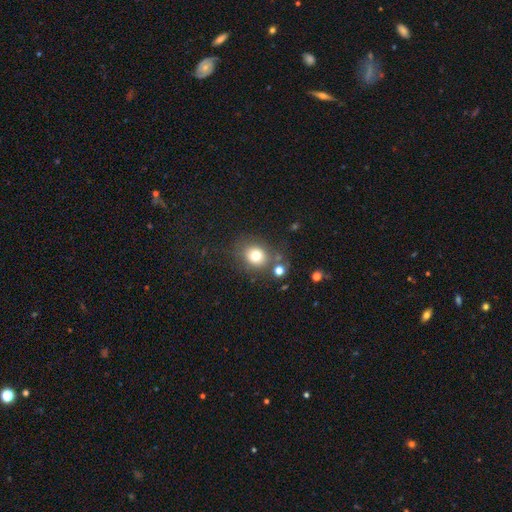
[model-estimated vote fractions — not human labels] The model was most divided on "how rounded": round: 69%, in between: 30%, cigar-shaped: 1%. More confident: smooth or featured — smooth (75%); merging — none (72%).